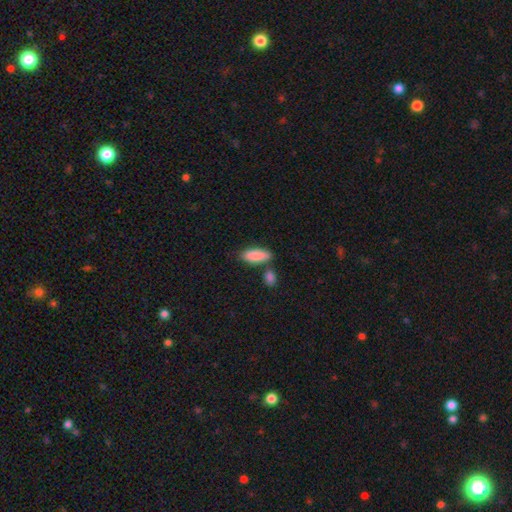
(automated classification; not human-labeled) Smooth or featured: smooth — 88% (star or artifact — 6%)
How rounded: in between — 73% (cigar-shaped — 25%)
Merging: none — 64% (merger — 17%)